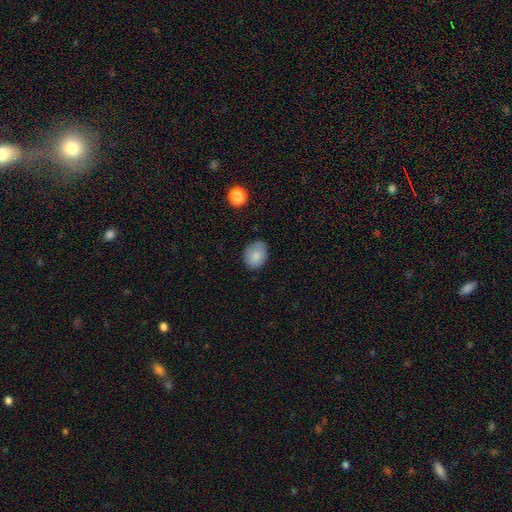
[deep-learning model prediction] smooth 84%, star or artifact 8%, featured or disk 7%. Down the decision tree: how rounded — in between (54%); merging — none (79%).